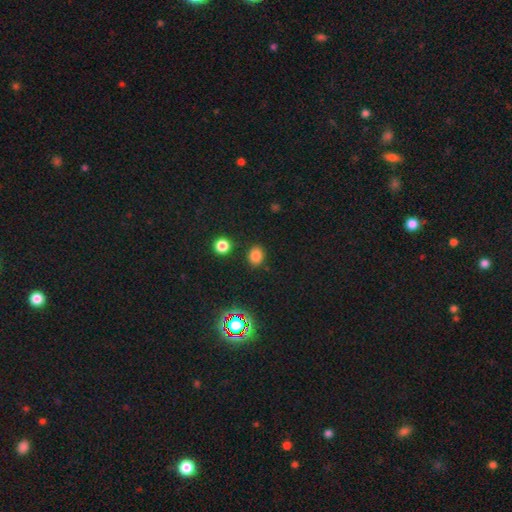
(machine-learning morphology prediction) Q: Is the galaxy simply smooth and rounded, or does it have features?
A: smooth — 80%.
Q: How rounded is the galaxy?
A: round — 57%.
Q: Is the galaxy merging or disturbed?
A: none — 86%.